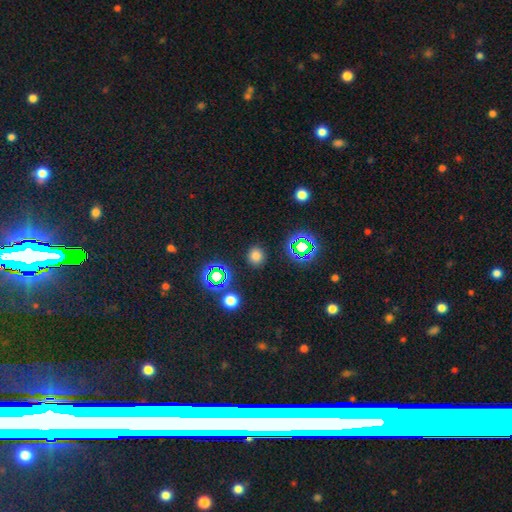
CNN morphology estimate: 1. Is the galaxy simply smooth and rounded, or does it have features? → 73% smooth, 22% star or artifact, 5% featured or disk.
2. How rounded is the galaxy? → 87% round, 12% in between, 1% cigar-shaped.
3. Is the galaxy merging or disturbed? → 89% none, 7% minor disturbance, 3% major disturbance, 2% merger.